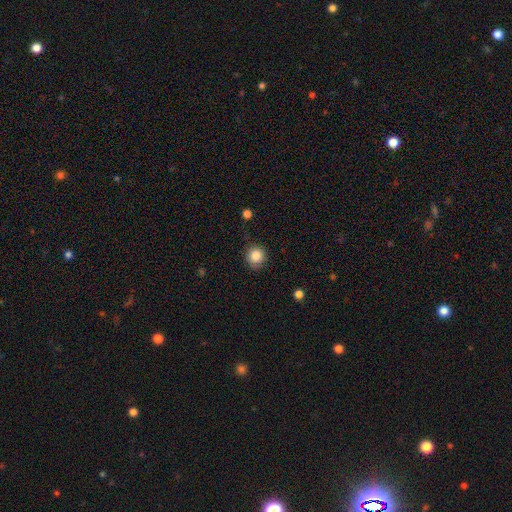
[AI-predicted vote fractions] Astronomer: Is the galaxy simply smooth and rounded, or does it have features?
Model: smooth — 85%.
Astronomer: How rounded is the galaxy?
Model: round — 91%.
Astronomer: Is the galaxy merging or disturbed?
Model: none — 82%.